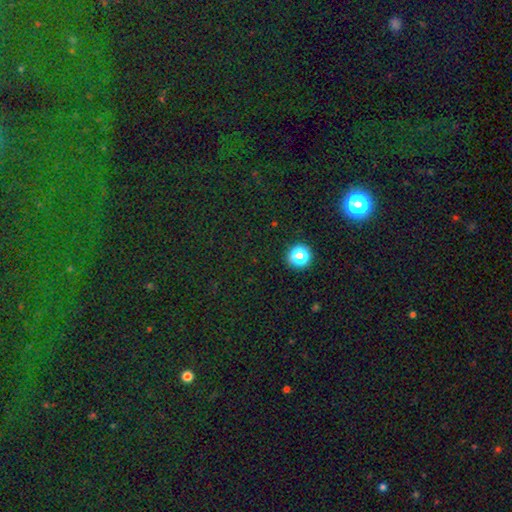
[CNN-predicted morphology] Q: Smooth or featured?
A: star or artifact (69%); runner-up: smooth (23%)